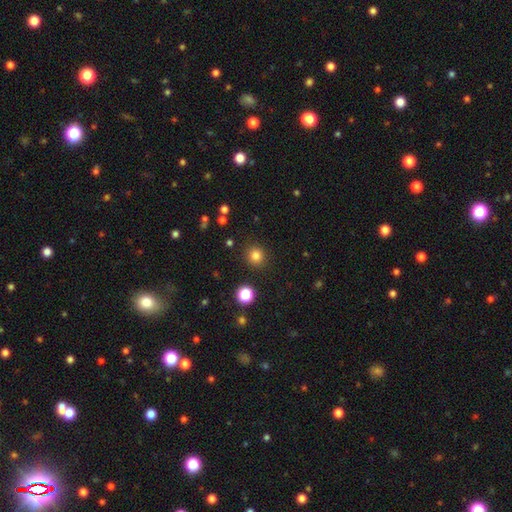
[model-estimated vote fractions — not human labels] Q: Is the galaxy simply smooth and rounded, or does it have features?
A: smooth — 81%.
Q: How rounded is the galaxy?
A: round — 92%.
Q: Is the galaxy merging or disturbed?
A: none — 90%.